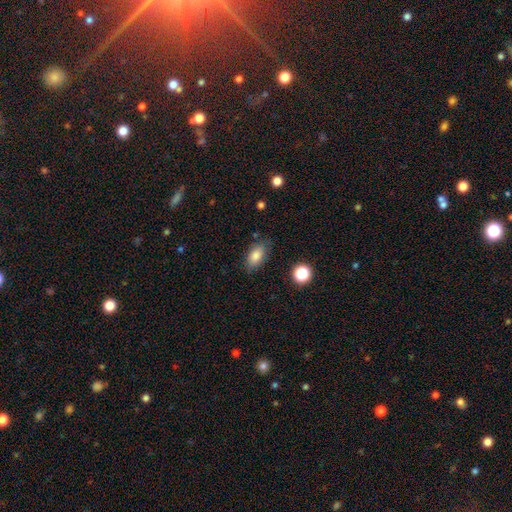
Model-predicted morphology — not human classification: Overall: smooth (83%). How rounded: in between (88%). Merging: none (79%).